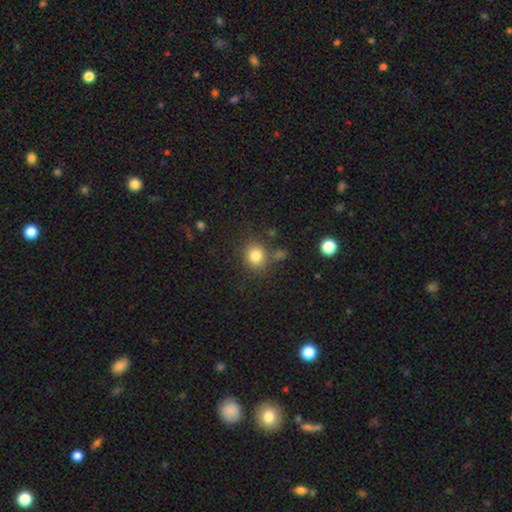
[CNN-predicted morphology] Smooth or featured: smooth — 82% (star or artifact — 11%)
How rounded: round — 76% (in between — 23%)
Merging: none — 75% (minor disturbance — 12%)